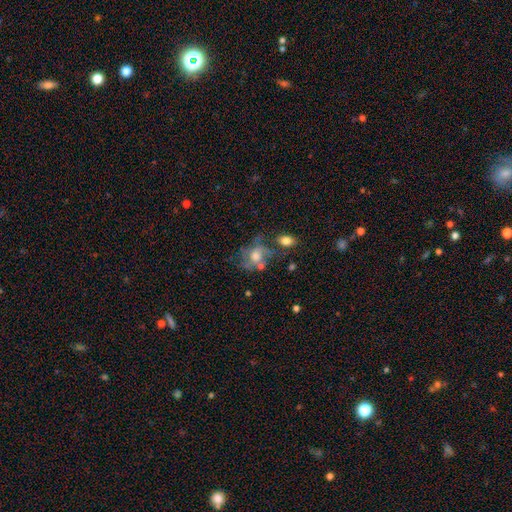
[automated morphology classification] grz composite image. It shows a featured or disk galaxy (52%). Merging: none (39%).